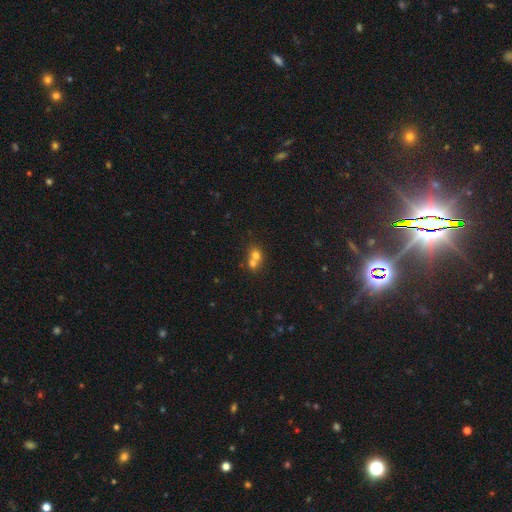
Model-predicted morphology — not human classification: This is likely a smooth galaxy (68%). How rounded: likely round (72%). Merging: likely merger (65%).